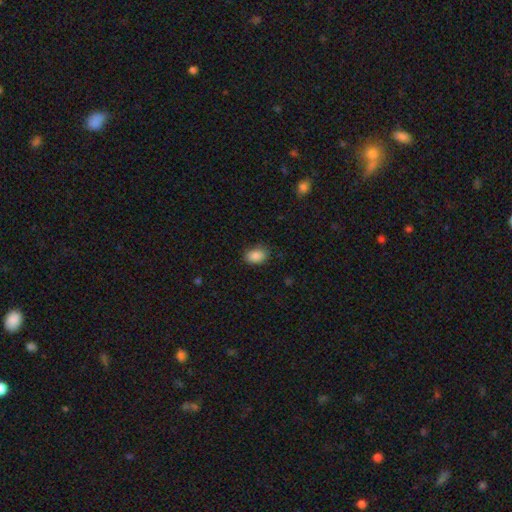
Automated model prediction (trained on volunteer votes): smooth_or_featured: smooth (p=0.88) [alt: star or artifact p=0.08]
how_rounded: in between (p=0.80) [alt: round p=0.19]
merging: none (p=0.84) [alt: minor disturbance p=0.13]